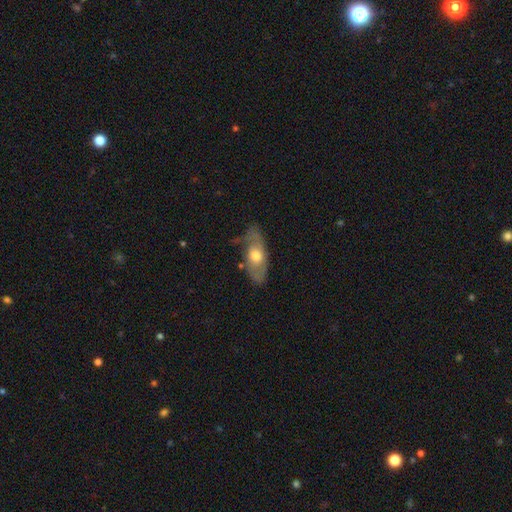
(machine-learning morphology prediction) A featured or disk galaxy (48%). Merging: none (56%).